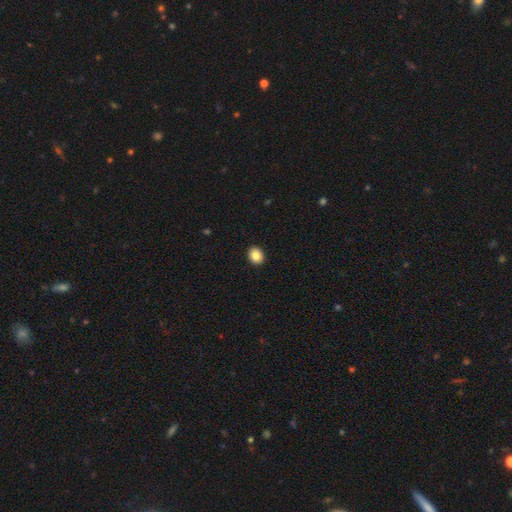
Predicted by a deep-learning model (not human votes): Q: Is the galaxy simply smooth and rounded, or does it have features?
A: smooth — 85%.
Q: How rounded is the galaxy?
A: round — 66%.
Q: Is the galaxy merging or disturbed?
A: none — 93%.